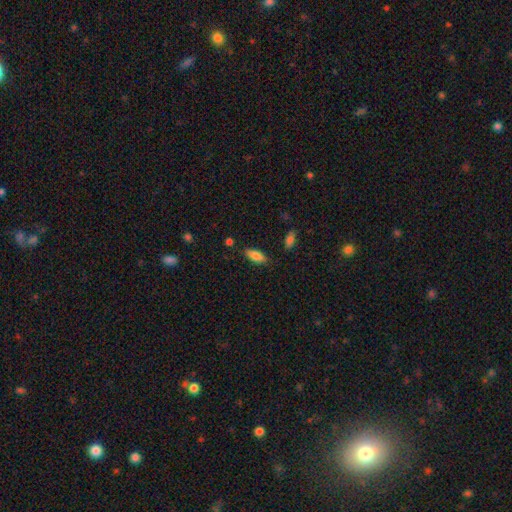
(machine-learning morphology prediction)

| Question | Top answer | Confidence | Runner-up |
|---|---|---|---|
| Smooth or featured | smooth | 81% | featured or disk (11%) |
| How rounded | in between | 73% | cigar-shaped (25%) |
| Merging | none | 81% | minor disturbance (14%) |